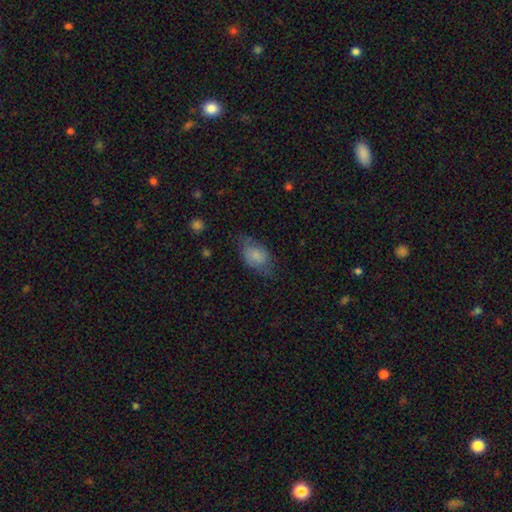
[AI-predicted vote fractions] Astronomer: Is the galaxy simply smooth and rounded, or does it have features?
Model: smooth — 73%.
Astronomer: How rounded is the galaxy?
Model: in between — 87%.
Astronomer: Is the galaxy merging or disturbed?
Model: none — 58%.